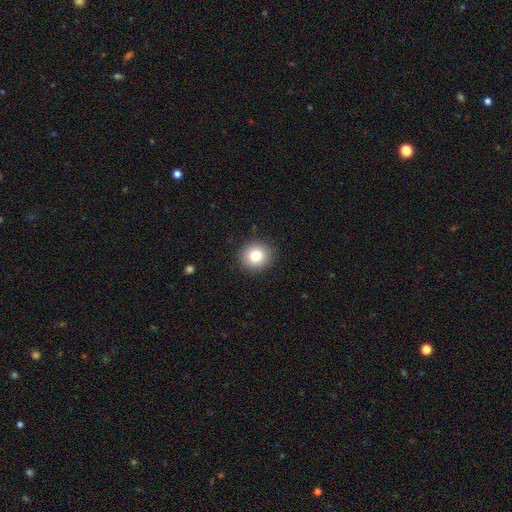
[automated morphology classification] Overall: smooth (82%). How rounded: round (83%). Merging: none (90%).